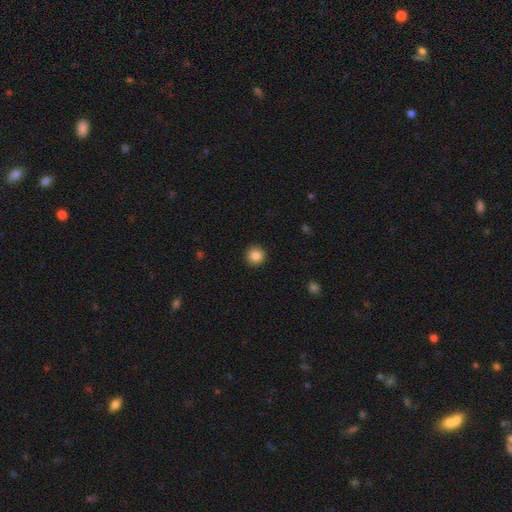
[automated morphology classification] This is clearly a smooth galaxy (86%). How rounded: clearly round (95%). Merging: clearly none (92%).